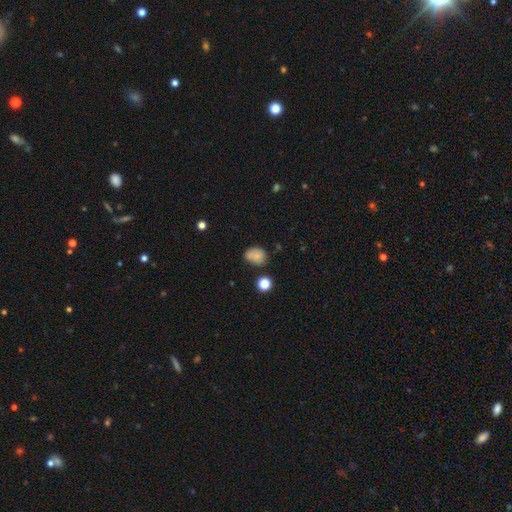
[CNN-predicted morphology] A smooth galaxy with no disk features (79%) that is in between round and cigar-shaped (60%).

Vote fractions:
- Smooth or featured? smooth: 79% / star or artifact: 12% / featured or disk: 9%
- How rounded? in between: 60% / round: 39% / cigar-shaped: 1%
- Merging? none: 62% / minor disturbance: 24% / merger: 9% / major disturbance: 6%